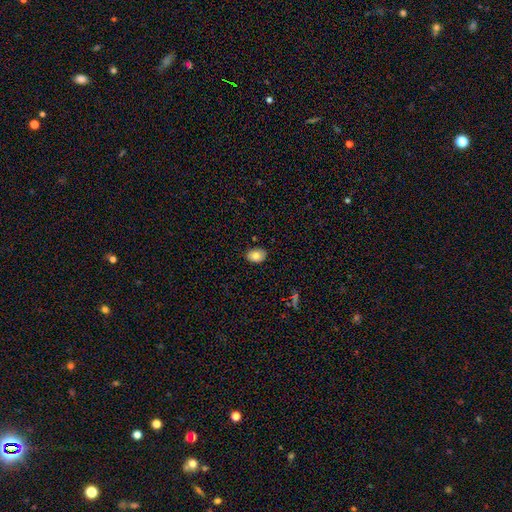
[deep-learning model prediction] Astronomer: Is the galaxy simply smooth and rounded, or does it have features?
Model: smooth — 79%.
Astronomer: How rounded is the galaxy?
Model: in between — 78%.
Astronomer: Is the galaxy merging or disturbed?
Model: none — 82%.